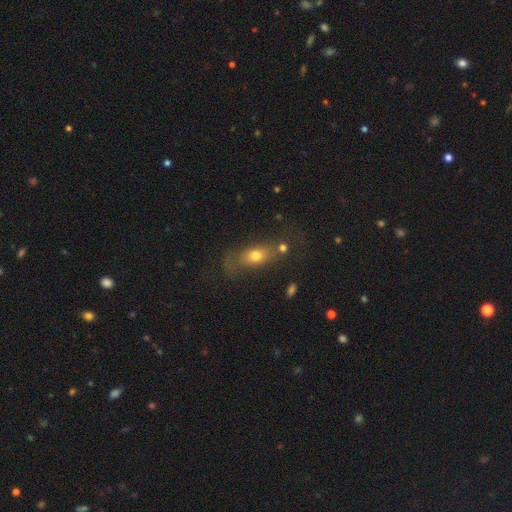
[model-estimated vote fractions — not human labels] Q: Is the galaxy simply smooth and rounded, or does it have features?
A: smooth — 65%.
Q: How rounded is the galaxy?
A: in between — 67%.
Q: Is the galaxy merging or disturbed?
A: none — 52%.